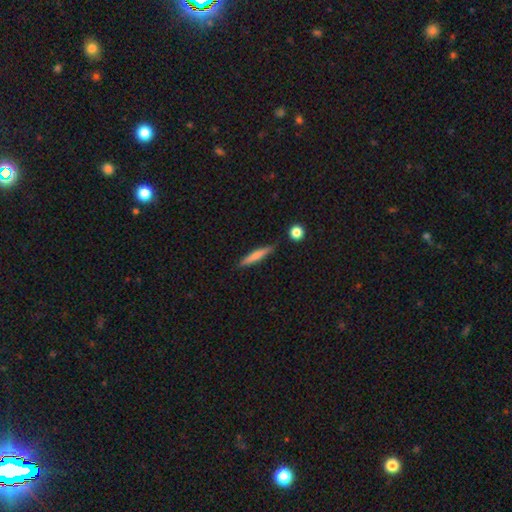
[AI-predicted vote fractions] Smooth or featured: smooth — 70% (featured or disk — 24%)
How rounded: cigar-shaped — 91% (in between — 7%)
Merging: none — 83% (minor disturbance — 11%)